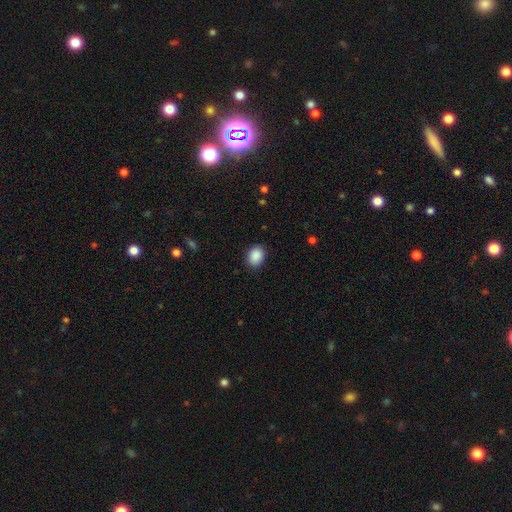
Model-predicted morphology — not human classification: Smooth or featured? smooth (90%)
How rounded? in between (64%)
Merging? none (88%)